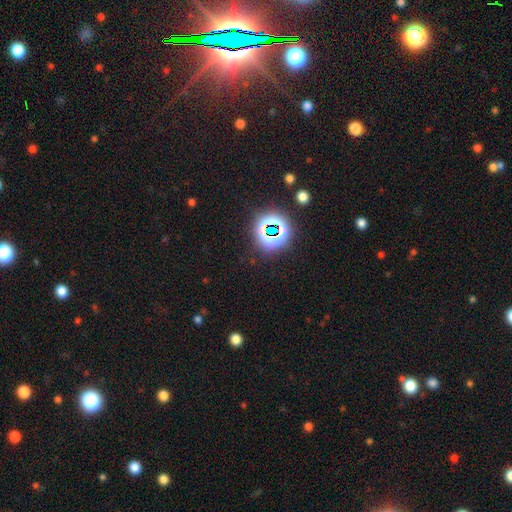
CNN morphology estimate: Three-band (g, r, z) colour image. It shows a star or artifact, not a galaxy (83%).